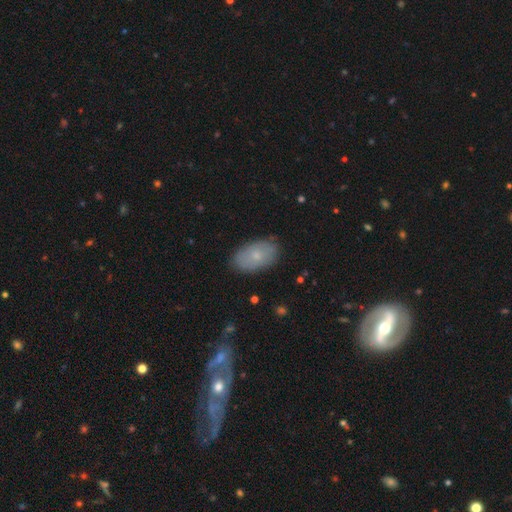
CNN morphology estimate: smooth 72%, featured or disk 21%, star or artifact 7%. Down the decision tree: how rounded — in between (93%); merging — none (84%).